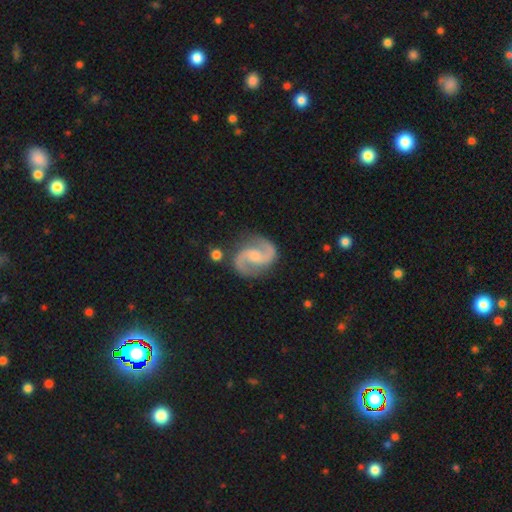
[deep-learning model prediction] Smooth or featured: featured or disk — 92% (smooth — 4%)
Edge-on disk: no — 98% (yes — 2%)
Bar: weak — 46% (no — 42%)
Spiral arms: yes — 98% (no — 2%)
Spiral winding: medium — 63% (loose — 24%)
Spiral arm count: 2 — 95% (can't tell — 1%)
Bulge size: moderate — 35% (small — 31%)
Merging: none — 82% (minor disturbance — 12%)